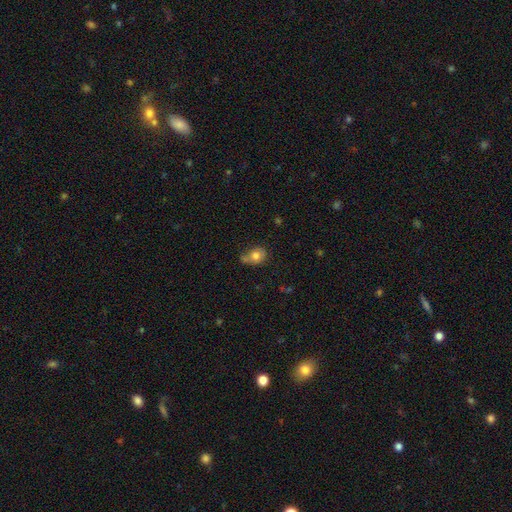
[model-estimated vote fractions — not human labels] Morphology: type=smooth (75%); roundness=round (53%); merging=none (45%).